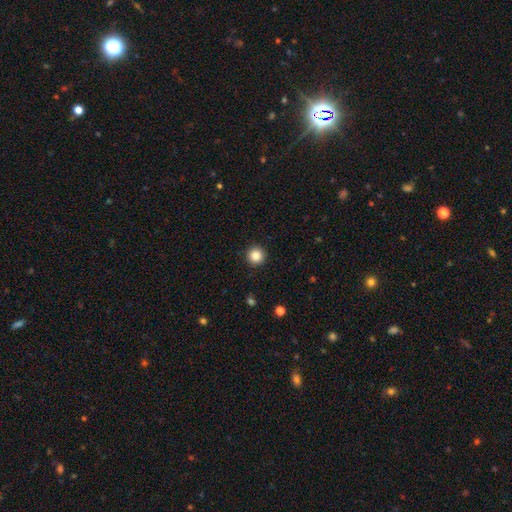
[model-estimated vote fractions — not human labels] A smooth galaxy with no disk features (86%) that is round (96%). Merging: none (93%).